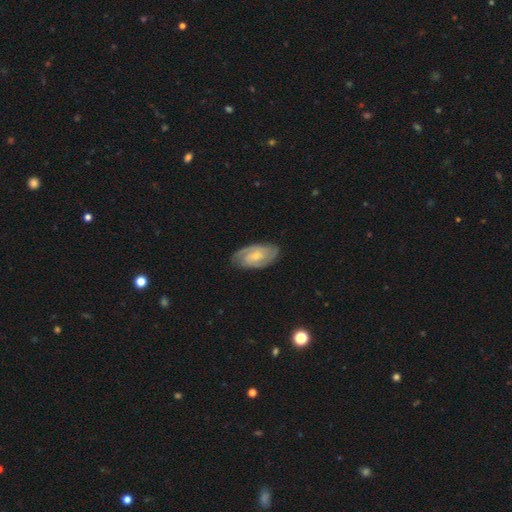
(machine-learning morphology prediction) Overall: featured or disk (83%). Edge-on disk: no (96%). Bar: no (51%; weak 40%). Spiral arms: yes (96%). Spiral arm count: 2 (74%). Spiral winding: tight (57%; medium 36%). Bulge size: small (62%; moderate 31%). Merging: none (80%).